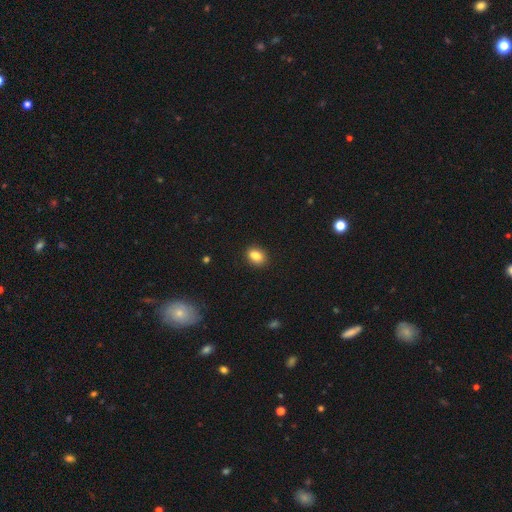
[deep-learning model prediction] A smooth galaxy with no disk features (85%) that is in between round and cigar-shaped (70%).

Vote fractions:
- Smooth or featured? smooth: 85% / star or artifact: 9% / featured or disk: 6%
- How rounded? in between: 70% / round: 28% / cigar-shaped: 1%
- Merging? none: 88% / minor disturbance: 9% / major disturbance: 2% / merger: 1%